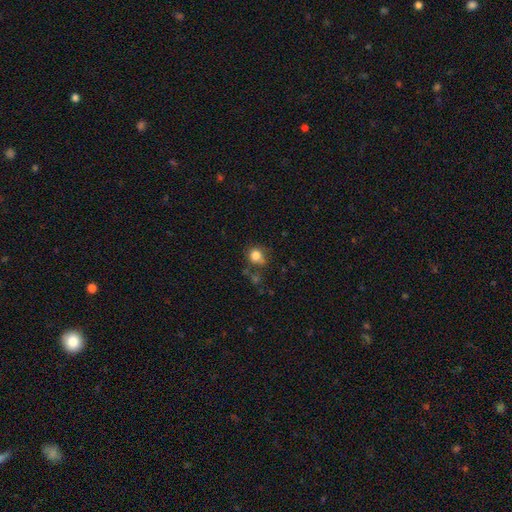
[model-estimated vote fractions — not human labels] Smooth or featured: smooth — 82% (star or artifact — 11%)
How rounded: round — 79% (in between — 20%)
Merging: none — 64% (minor disturbance — 19%)